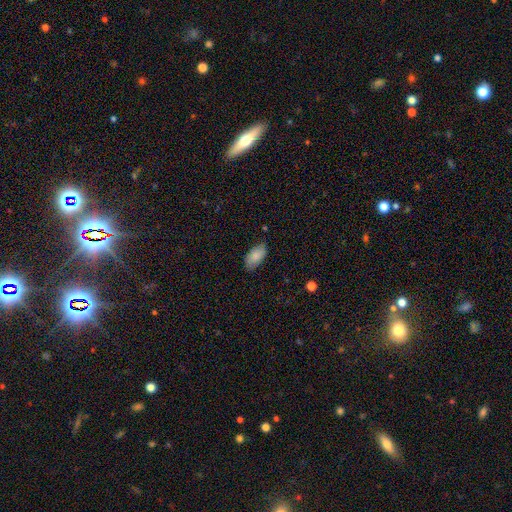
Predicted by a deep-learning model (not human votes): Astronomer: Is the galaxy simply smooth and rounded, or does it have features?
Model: smooth — 85%.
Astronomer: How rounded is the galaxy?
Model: in between — 94%.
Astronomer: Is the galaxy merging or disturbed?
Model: none — 78%.